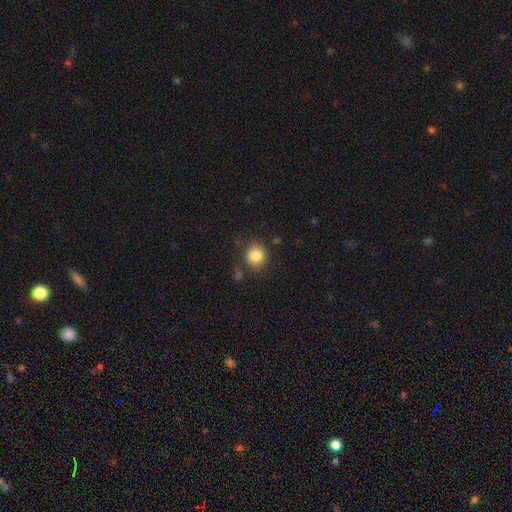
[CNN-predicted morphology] The model was most divided on "merging": none: 82%, minor disturbance: 11%, merger: 4%, major disturbance: 4%. More confident: how rounded — round (88%); smooth or featured — smooth (85%).